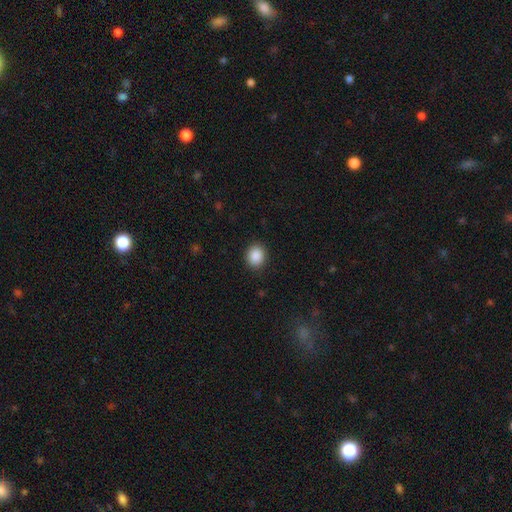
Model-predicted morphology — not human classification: The model was most divided on "how rounded": round: 66%, in between: 33%, cigar-shaped: 1%. More confident: merging — none (90%); smooth or featured — smooth (89%).